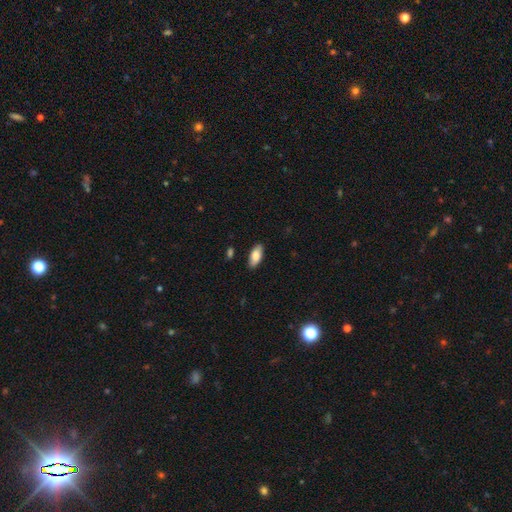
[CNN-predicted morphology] smooth-or-featured: smooth: 83% | featured or disk: 10% | star or artifact: 6%
  how-rounded: in between: 87% | cigar-shaped: 11% | round: 2%
  merging: none: 87% | minor disturbance: 9% | major disturbance: 2% | merger: 1%